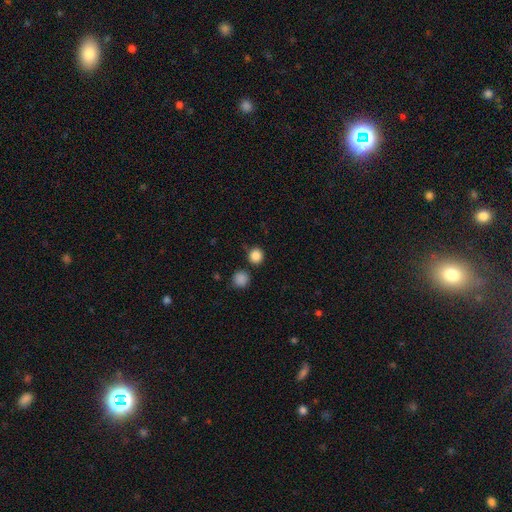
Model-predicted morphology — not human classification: type=smooth (85%); roundness=round (92%); merging=none (83%).